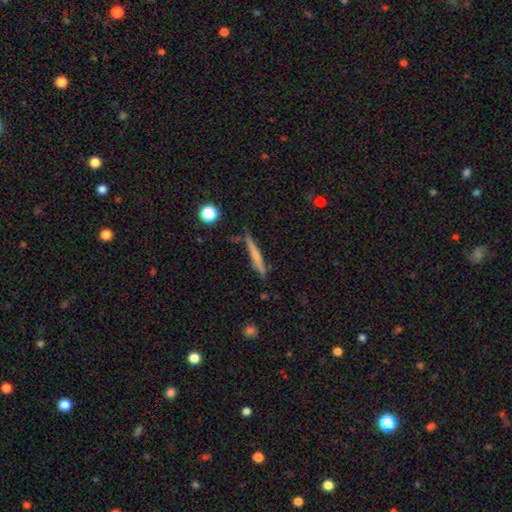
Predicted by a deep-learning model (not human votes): A smooth galaxy with no disk features (55%) that is cigar-shaped (94%).

Vote fractions:
- Smooth or featured? smooth: 55% / featured or disk: 38% / star or artifact: 7%
- How rounded? cigar-shaped: 94% / in between: 4% / round: 2%
- Merging? none: 81% / minor disturbance: 13% / merger: 3% / major disturbance: 3%